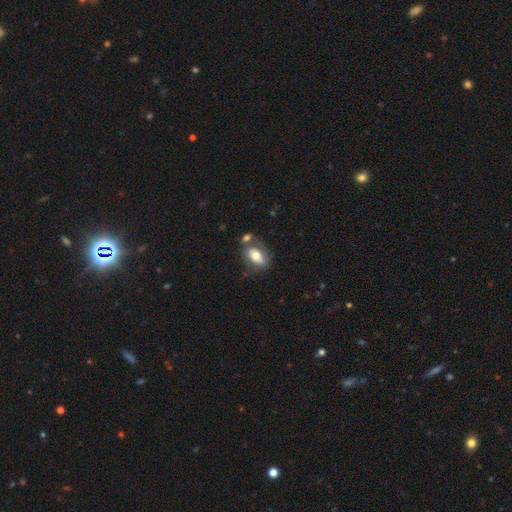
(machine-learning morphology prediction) A smooth galaxy with no disk features (61%) that is in between round and cigar-shaped (87%). Merging: none (48%).